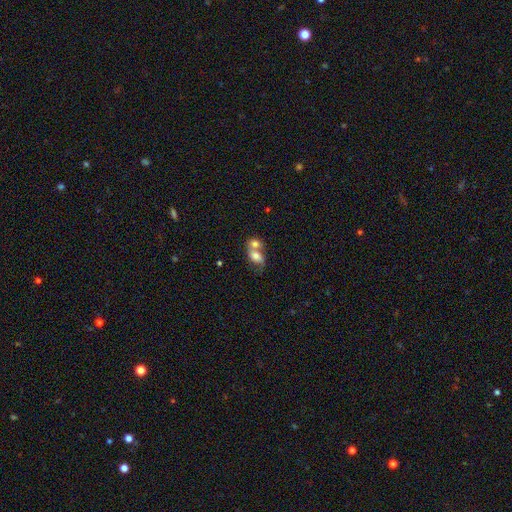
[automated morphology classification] A smooth galaxy with no disk features (64%) that is in between round and cigar-shaped (70%).

Vote fractions:
- Smooth or featured? smooth: 64% / featured or disk: 27% / star or artifact: 9%
- How rounded? in between: 70% / round: 27% / cigar-shaped: 2%
- Merging? merger: 73% / none: 15% / minor disturbance: 7% / major disturbance: 5%